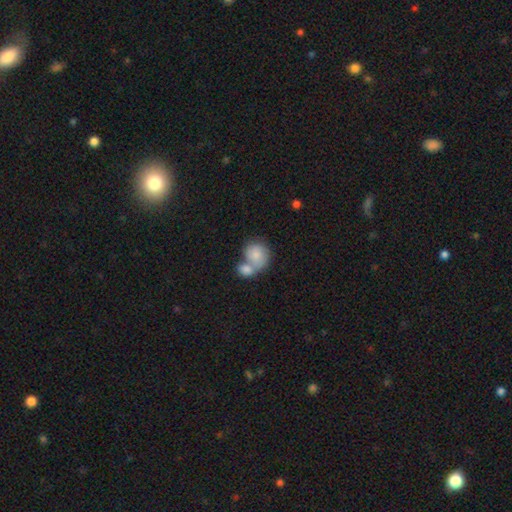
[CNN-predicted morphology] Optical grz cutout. It shows a smooth galaxy with no disk features (80%) that is round (71%). Merging: merger (67%).